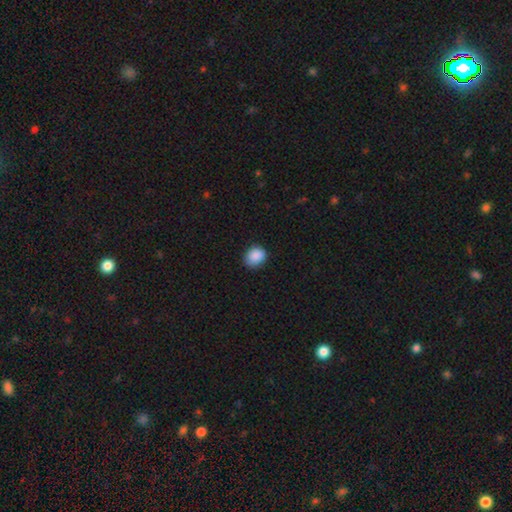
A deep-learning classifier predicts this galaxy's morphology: Q: Smooth or featured?
A: smooth (89%); runner-up: star or artifact (8%)
Q: How rounded?
A: round (57%); runner-up: in between (42%)
Q: Merging?
A: none (82%); runner-up: minor disturbance (14%)